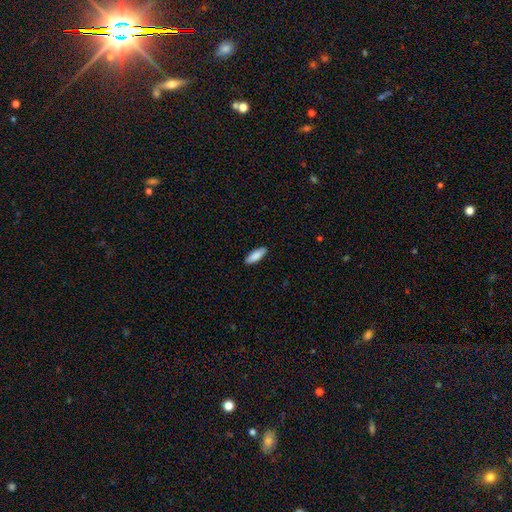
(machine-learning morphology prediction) A smooth galaxy with no disk features (87%) that is in between round and cigar-shaped (57%). Merging: none (90%).